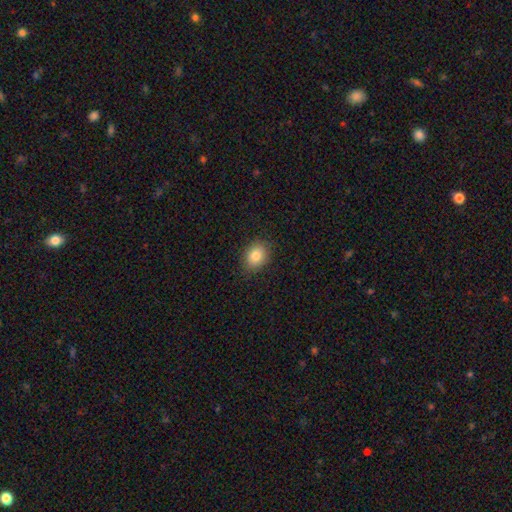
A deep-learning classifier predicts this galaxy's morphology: Smooth or featured: smooth — 83% (star or artifact — 10%)
How rounded: in between — 56% (round — 43%)
Merging: none — 87% (minor disturbance — 10%)